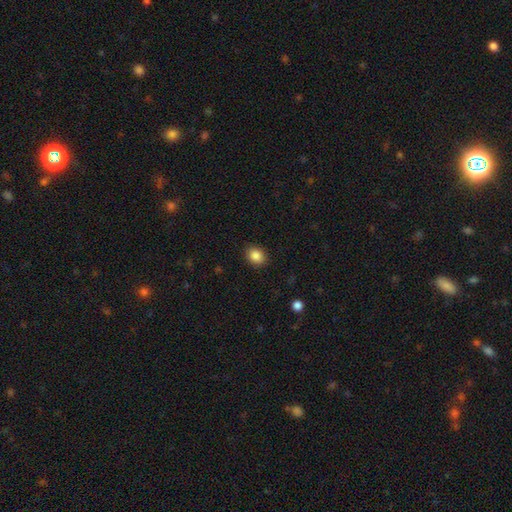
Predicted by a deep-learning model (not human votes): Morphology: type=smooth (87%); roundness=round (50%); merging=none (88%).